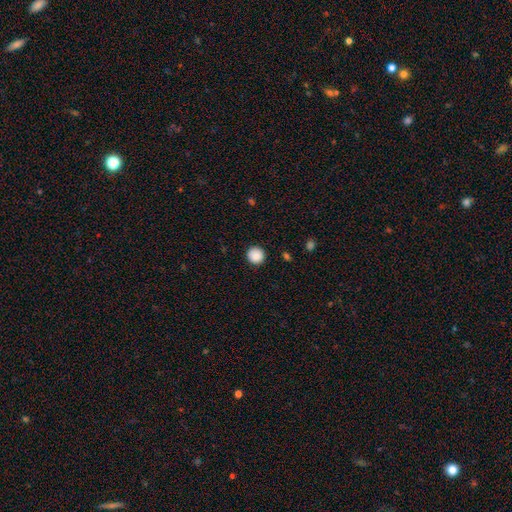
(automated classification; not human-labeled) Overall: smooth (87%). How rounded: round (93%). Merging: none (90%).